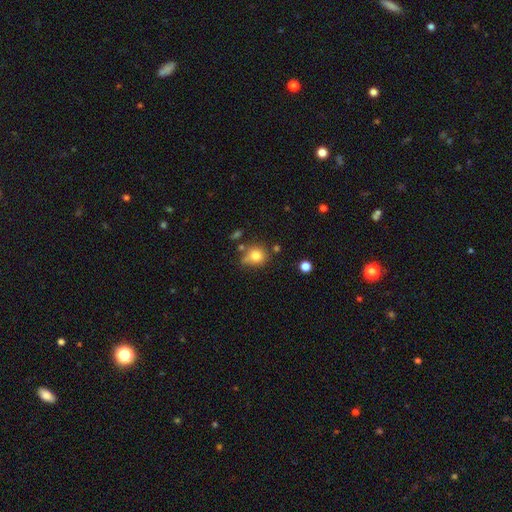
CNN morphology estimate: This is likely a smooth galaxy (78%). How rounded: likely round (76%). Merging: possibly none (59%).